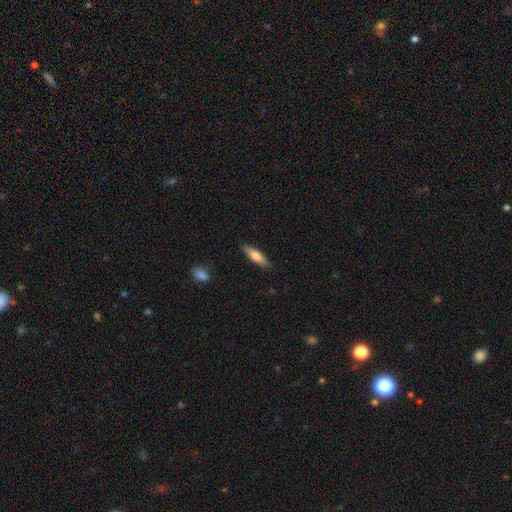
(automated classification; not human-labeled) Smooth or featured: smooth — 74% (featured or disk — 20%)
How rounded: cigar-shaped — 63% (in between — 35%)
Merging: none — 87% (minor disturbance — 10%)